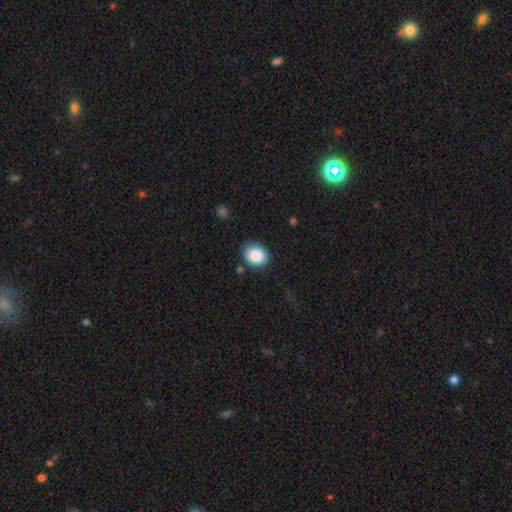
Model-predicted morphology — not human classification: A smooth galaxy with no disk features (87%) that is round (68%).

Vote fractions:
- Smooth or featured? smooth: 87% / star or artifact: 9% / featured or disk: 5%
- How rounded? round: 68% / in between: 31% / cigar-shaped: 1%
- Merging? none: 81% / minor disturbance: 13% / major disturbance: 3% / merger: 2%